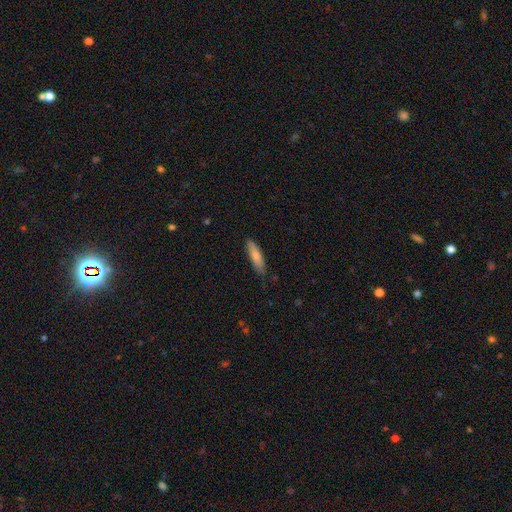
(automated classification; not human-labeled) smooth_or_featured: smooth (p=0.78) [alt: featured or disk p=0.16]
how_rounded: cigar-shaped (p=0.69) [alt: in between p=0.30]
merging: none (p=0.78) [alt: minor disturbance p=0.18]